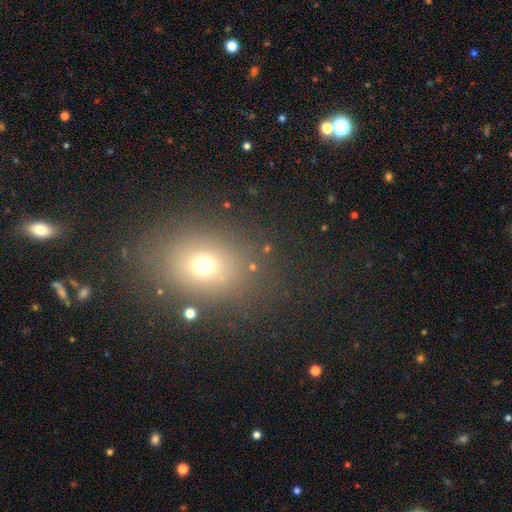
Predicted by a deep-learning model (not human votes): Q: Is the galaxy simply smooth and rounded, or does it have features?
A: smooth — 63%.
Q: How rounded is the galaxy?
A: in between — 50%.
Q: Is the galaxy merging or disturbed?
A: none — 83%.